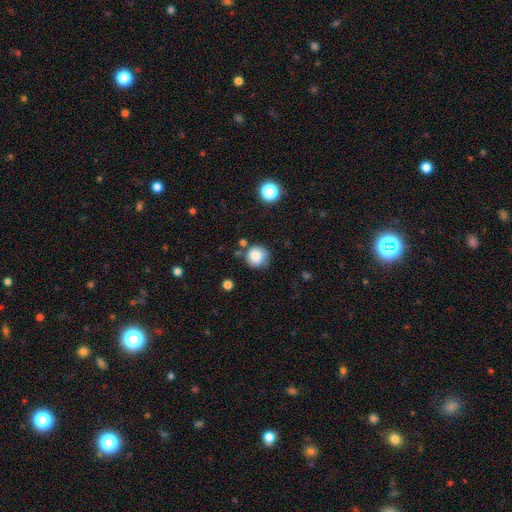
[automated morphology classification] The model was most divided on "merging": none: 70%, minor disturbance: 19%, merger: 6%, major disturbance: 5%. More confident: how rounded — round (92%); smooth or featured — smooth (84%).